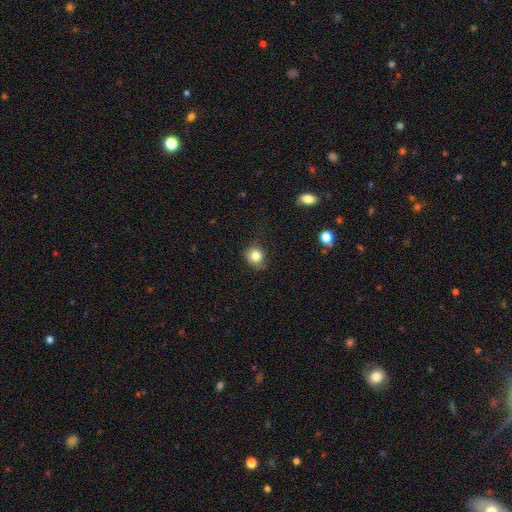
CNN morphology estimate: This is clearly a smooth galaxy (82%). How rounded: likely round (71%). Merging: likely none (67%).